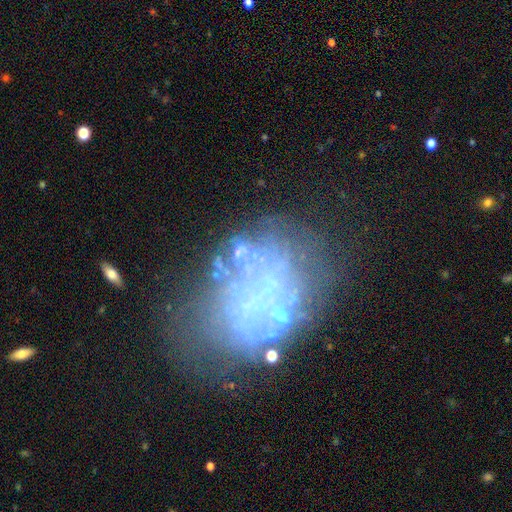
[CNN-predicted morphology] Overall: featured or disk (61%). Edge-on disk: no (98%). Bar: no (91%). Spiral arms: no (90%). Bulge size: none (76%). Merging: none (49%; major disturbance 23%).